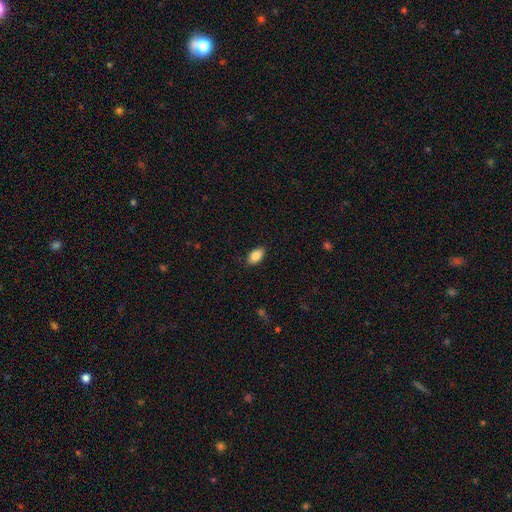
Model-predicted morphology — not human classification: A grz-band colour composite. It shows a smooth galaxy with no disk features (86%) that is in between round and cigar-shaped (92%). Merging: none (86%).